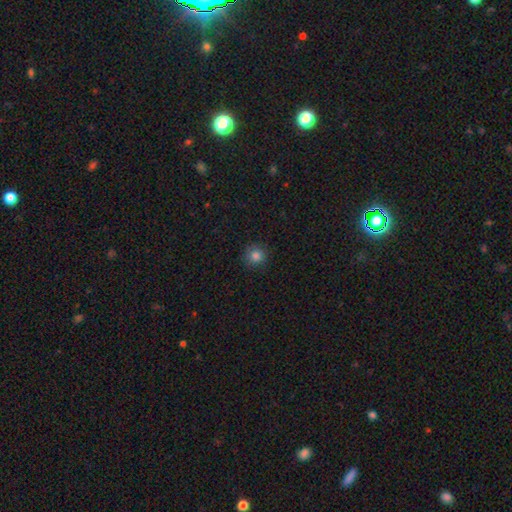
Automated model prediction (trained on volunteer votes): Smooth or featured? Predicted: smooth (p=0.82). How rounded? Predicted: round (p=0.92). Merging? Predicted: none (p=0.88).